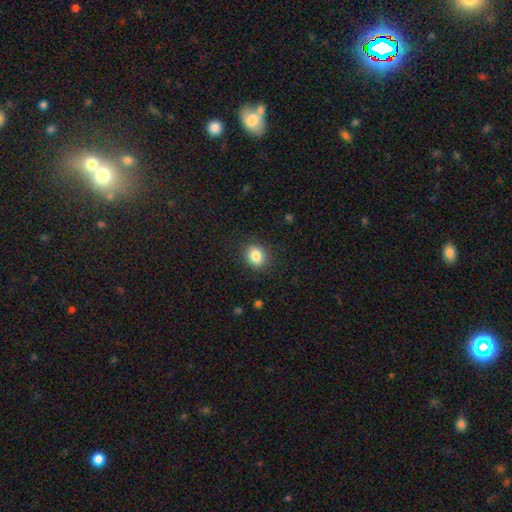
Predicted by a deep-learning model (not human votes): Q: Smooth or featured?
A: smooth (85%); runner-up: star or artifact (10%)
Q: How rounded?
A: round (55%); runner-up: in between (44%)
Q: Merging?
A: none (87%); runner-up: minor disturbance (9%)